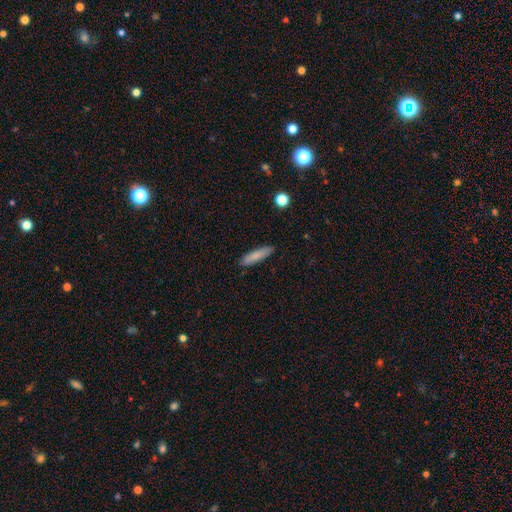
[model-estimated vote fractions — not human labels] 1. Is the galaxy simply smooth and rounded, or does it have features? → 82% smooth, 12% featured or disk, 7% star or artifact.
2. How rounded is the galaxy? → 72% cigar-shaped, 26% in between, 2% round.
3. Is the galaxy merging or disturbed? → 88% none, 9% minor disturbance, 2% major disturbance, 1% merger.